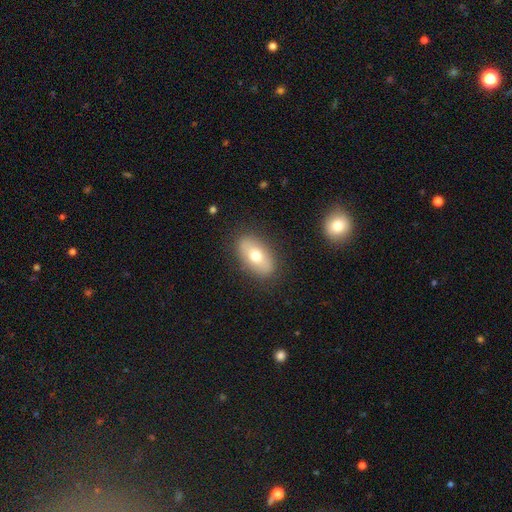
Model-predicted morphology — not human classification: A smooth galaxy with no disk features (66%) that is in between round and cigar-shaped (90%). Merging: none (85%).